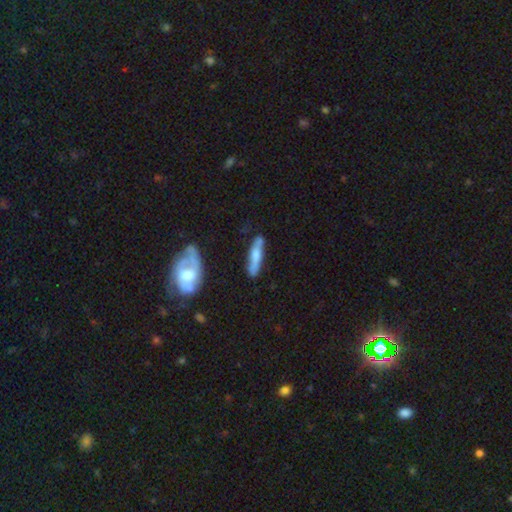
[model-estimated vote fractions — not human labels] smooth_or_featured: smooth (p=0.51) [alt: featured or disk p=0.43]
how_rounded: cigar-shaped (p=0.80) [alt: in between p=0.18]
merging: none (p=0.74) [alt: minor disturbance p=0.17]